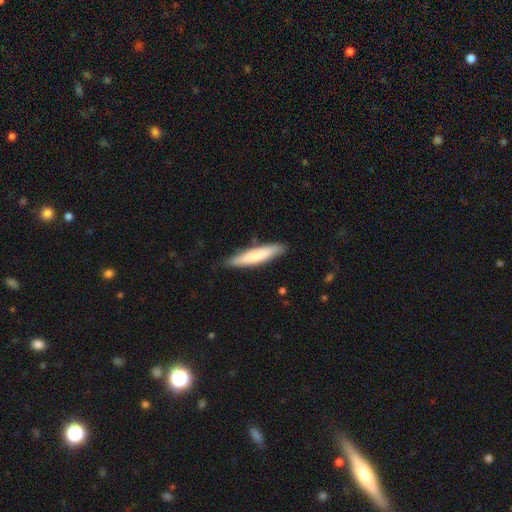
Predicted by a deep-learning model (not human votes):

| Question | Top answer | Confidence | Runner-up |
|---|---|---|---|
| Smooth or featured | smooth | 72% | featured or disk (23%) |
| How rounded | cigar-shaped | 87% | in between (12%) |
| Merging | none | 83% | minor disturbance (13%) |